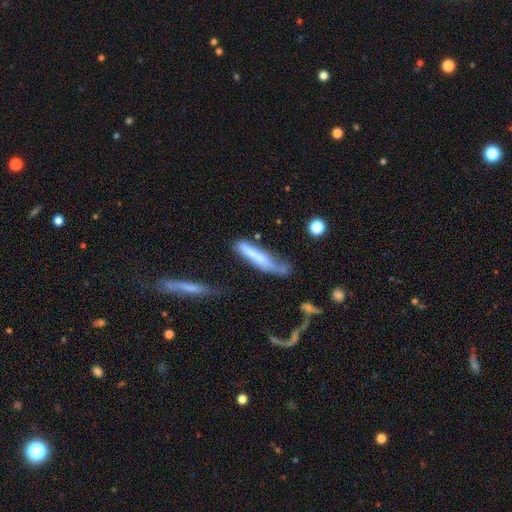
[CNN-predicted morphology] smooth_or_featured: smooth (p=0.58) [alt: featured or disk p=0.35]
how_rounded: cigar-shaped (p=0.87) [alt: in between p=0.12]
merging: none (p=0.34) [alt: minor disturbance p=0.31]